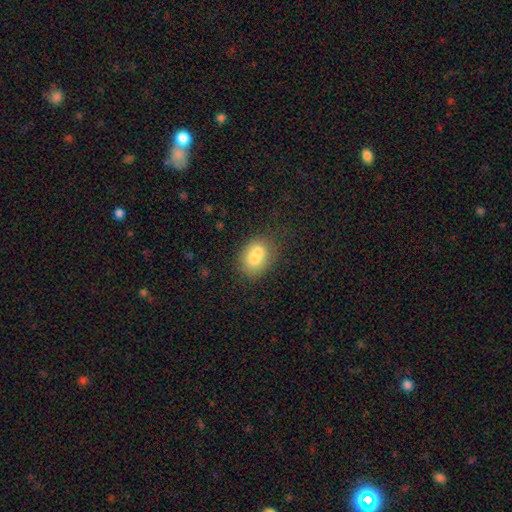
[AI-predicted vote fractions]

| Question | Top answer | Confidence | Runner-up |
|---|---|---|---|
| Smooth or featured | smooth | 71% | featured or disk (20%) |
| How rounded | in between | 61% | round (37%) |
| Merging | merger | 46% | none (37%) |